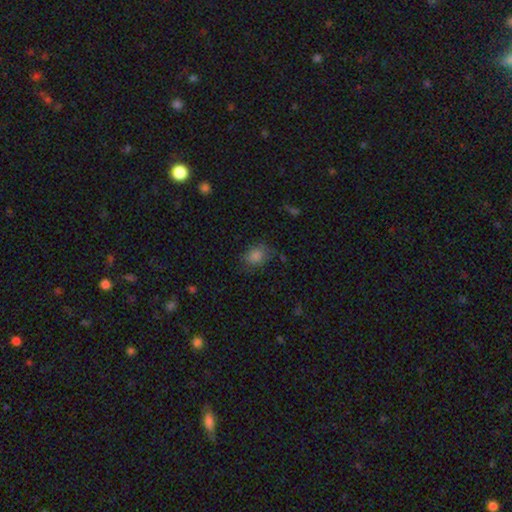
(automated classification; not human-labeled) smooth-or-featured: smooth: 81% | star or artifact: 13% | featured or disk: 7%
  how-rounded: in between: 63% | round: 36% | cigar-shaped: 1%
  merging: none: 70% | minor disturbance: 21% | major disturbance: 7% | merger: 2%